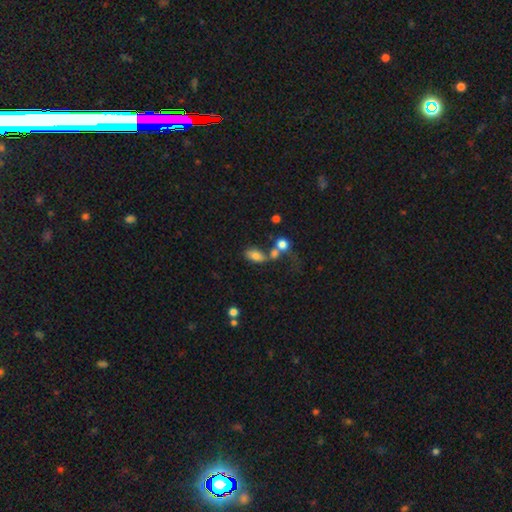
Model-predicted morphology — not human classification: Smooth or featured: smooth — 74% (featured or disk — 15%)
How rounded: in between — 85% (round — 10%)
Merging: merger — 39% (none — 35%)